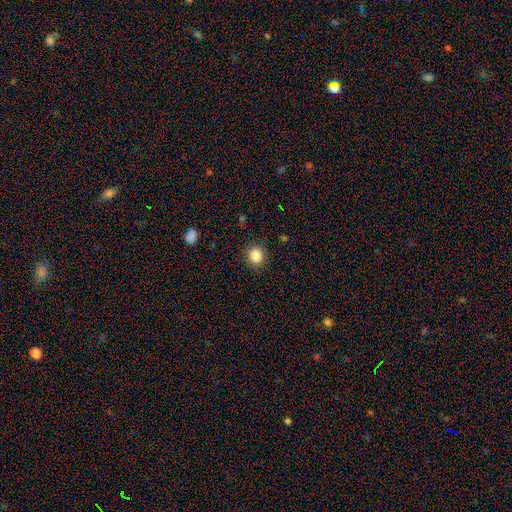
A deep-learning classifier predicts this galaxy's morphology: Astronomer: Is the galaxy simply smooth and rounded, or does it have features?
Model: smooth — 85%.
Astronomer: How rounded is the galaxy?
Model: round — 80%.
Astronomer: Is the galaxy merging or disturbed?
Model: none — 89%.